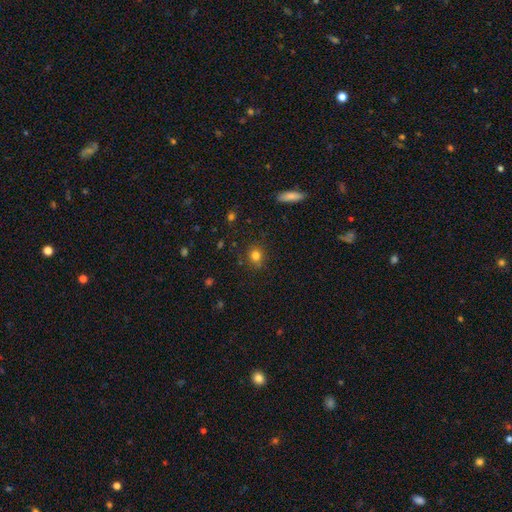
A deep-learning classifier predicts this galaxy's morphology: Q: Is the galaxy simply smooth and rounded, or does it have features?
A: smooth — 80%.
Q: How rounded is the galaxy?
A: round — 80%.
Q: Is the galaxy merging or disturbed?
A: none — 85%.